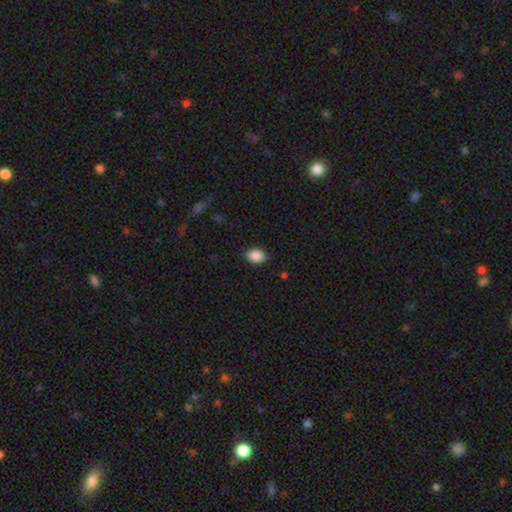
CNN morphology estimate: Smooth or featured?
  - smooth: 89% *
  - star or artifact: 8%
  - featured or disk: 3%
How rounded?
  - in between: 77% *
  - round: 22%
  - cigar-shaped: 1%
Merging?
  - none: 85% *
  - minor disturbance: 11%
  - major disturbance: 3%
  - merger: 1%